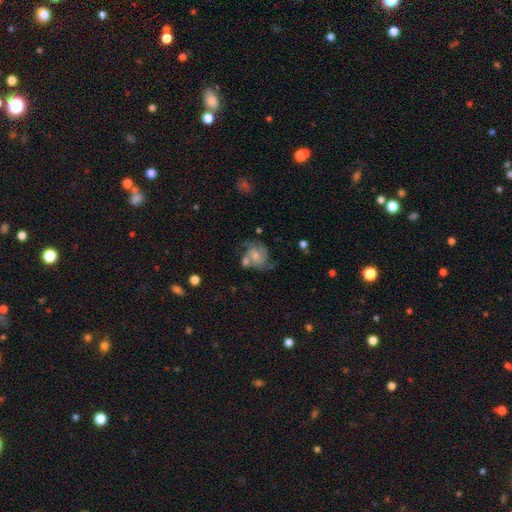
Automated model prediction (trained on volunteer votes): This appears to be a featured or disk galaxy (68%) with no bar (60%), 2 (44%) medium (48%) spiral arms (89%) and a moderate central bulge (51%). Merging: none (44%).